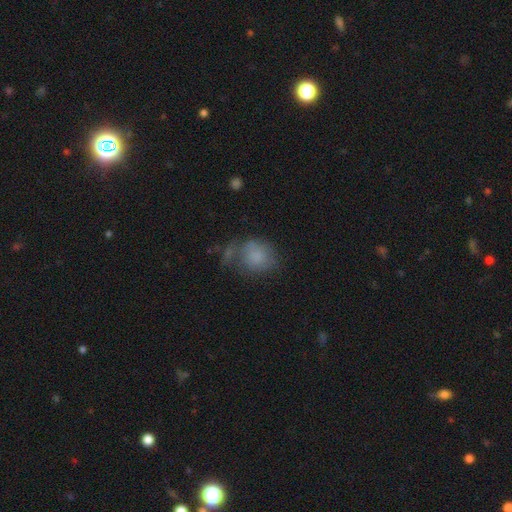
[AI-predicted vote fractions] Smooth or featured? Predicted: smooth (p=0.74). How rounded? Predicted: round (p=0.63). Merging? Predicted: none (p=0.42).